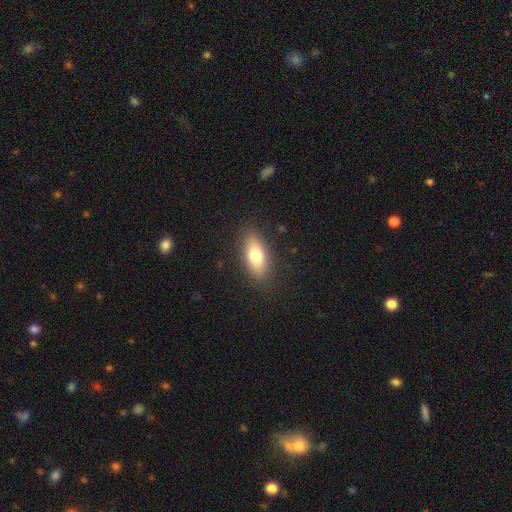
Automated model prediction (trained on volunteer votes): Q: Smooth or featured?
A: smooth (74%); runner-up: featured or disk (19%)
Q: How rounded?
A: in between (78%); runner-up: cigar-shaped (17%)
Q: Merging?
A: none (87%); runner-up: minor disturbance (9%)